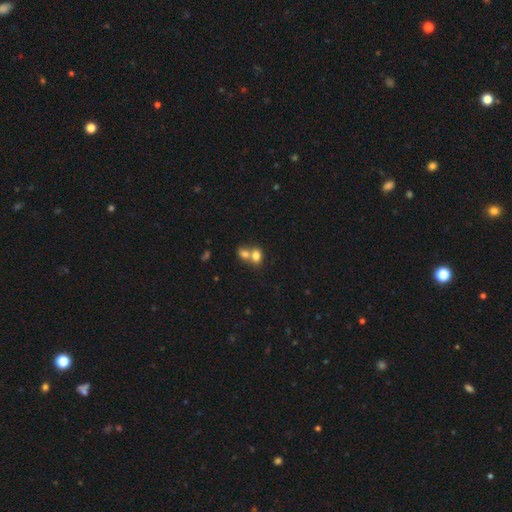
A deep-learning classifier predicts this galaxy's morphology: Smooth or featured? Predicted: smooth (p=0.77). How rounded? Predicted: in between (p=0.61). Merging? Predicted: merger (p=0.63).